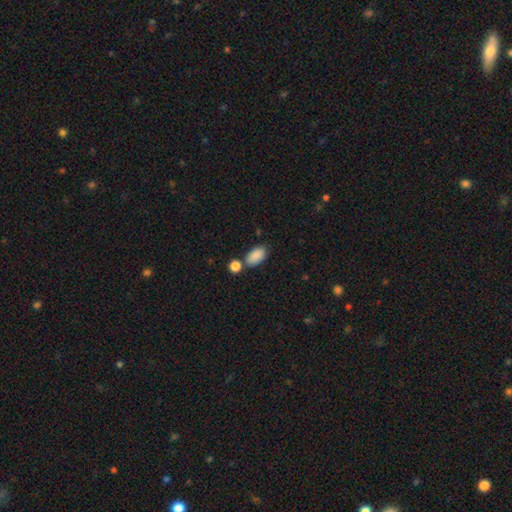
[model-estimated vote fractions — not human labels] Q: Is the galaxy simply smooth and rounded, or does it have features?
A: smooth — 88%.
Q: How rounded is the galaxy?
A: in between — 93%.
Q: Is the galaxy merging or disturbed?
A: none — 67%.